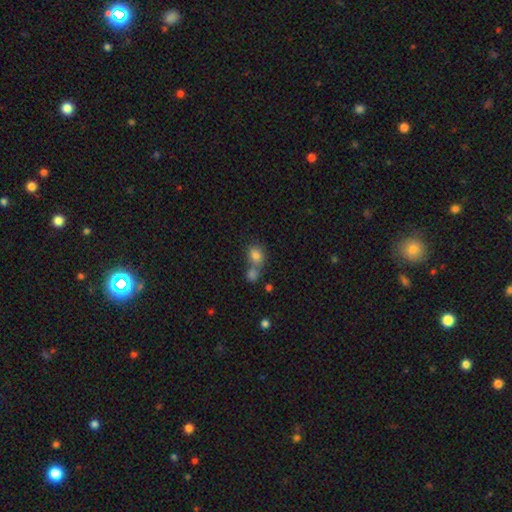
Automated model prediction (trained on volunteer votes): smooth-or-featured: smooth: 79% | star or artifact: 11% | featured or disk: 10%
  how-rounded: round: 50% | in between: 48% | cigar-shaped: 1%
  merging: merger: 46% | none: 40% | minor disturbance: 10% | major disturbance: 4%